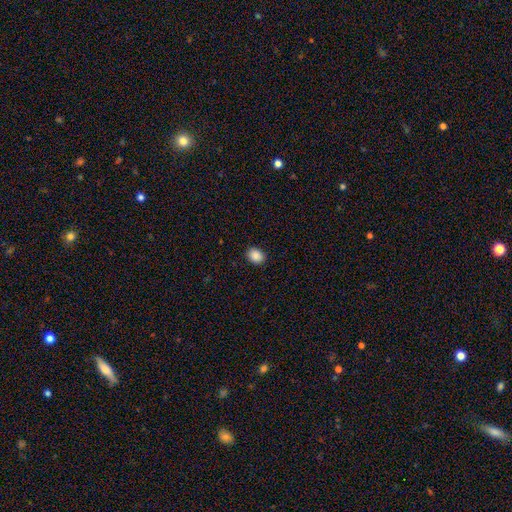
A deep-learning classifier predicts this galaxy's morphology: A smooth galaxy with no disk features (88%) that is in between round and cigar-shaped (50%). Merging: none (89%).